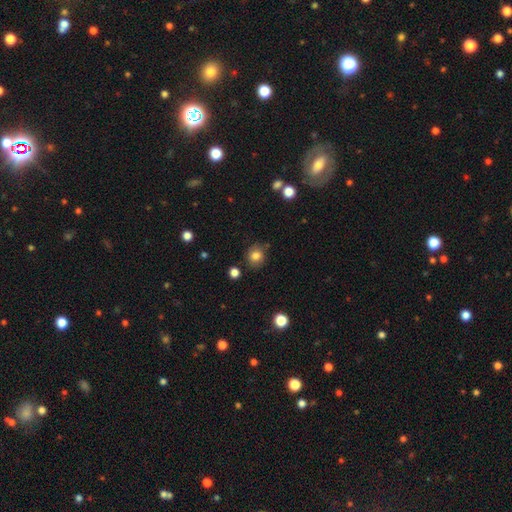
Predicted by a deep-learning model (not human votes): Smooth or featured: smooth — 82% (star or artifact — 11%)
How rounded: round — 77% (in between — 22%)
Merging: none — 80% (minor disturbance — 14%)